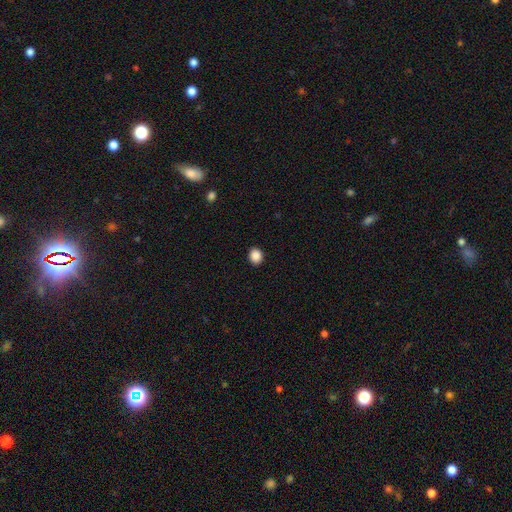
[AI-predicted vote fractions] Smooth or featured? Predicted: smooth (p=0.88). How rounded? Predicted: round (p=0.73). Merging? Predicted: none (p=0.92).